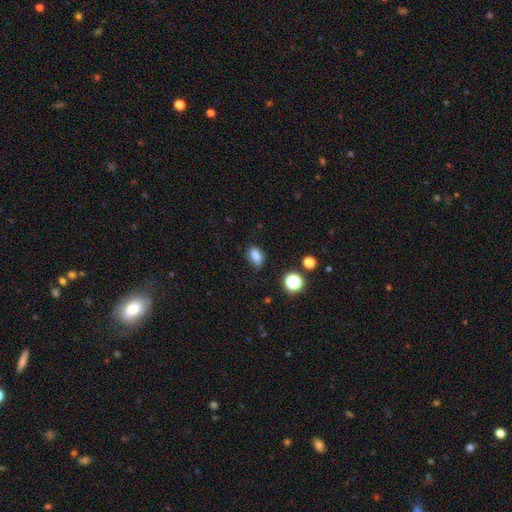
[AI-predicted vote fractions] This appears to be a smooth galaxy with no disk features (80%) that is in between round and cigar-shaped (79%). Merging: none (70%).